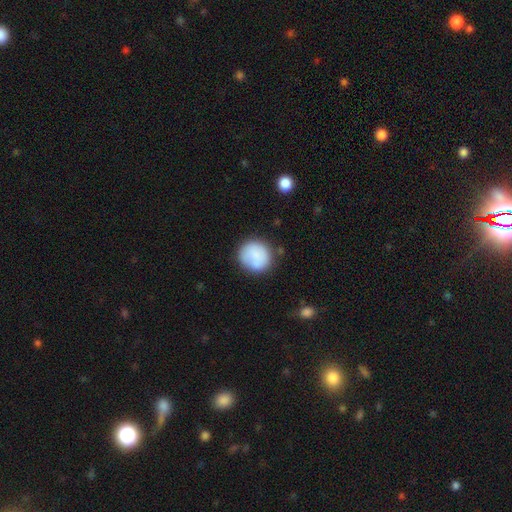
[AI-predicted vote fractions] Smooth or featured?
  - smooth: 84% *
  - featured or disk: 9%
  - star or artifact: 7%
How rounded?
  - round: 88% *
  - in between: 11%
  - cigar-shaped: 1%
Merging?
  - none: 74% *
  - minor disturbance: 16%
  - major disturbance: 5%
  - merger: 5%